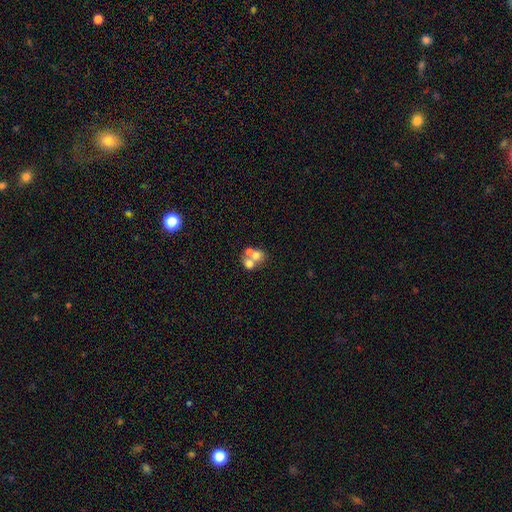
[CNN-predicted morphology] A smooth galaxy with no disk features (59%) that is round (69%). Merging: merger (64%).